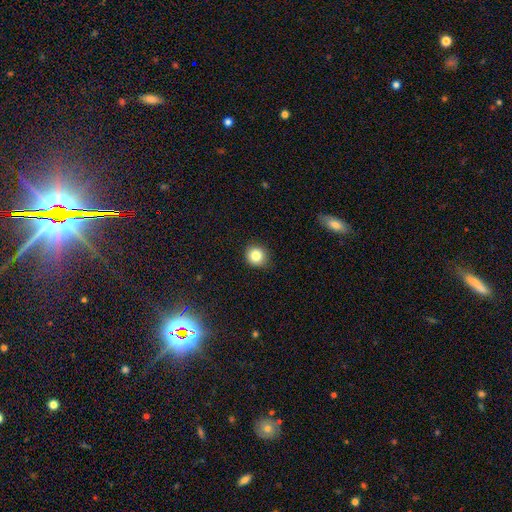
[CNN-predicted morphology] smooth_or_featured: smooth (p=0.83) [alt: star or artifact p=0.10]
how_rounded: round (p=0.88) [alt: in between p=0.11]
merging: none (p=0.89) [alt: minor disturbance p=0.08]